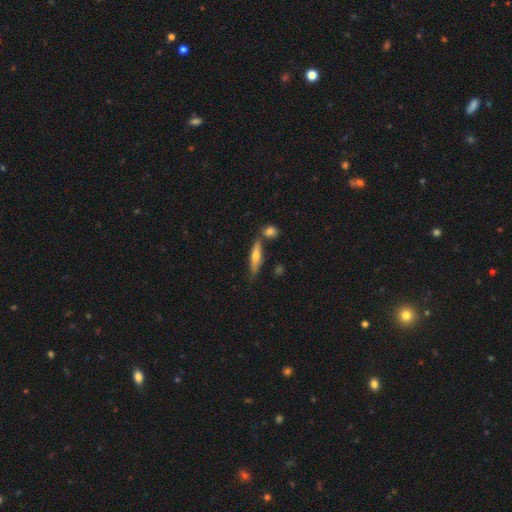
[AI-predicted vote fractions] Smooth or featured?
  - smooth: 52% *
  - featured or disk: 41%
  - star or artifact: 6%
How rounded?
  - cigar-shaped: 77% *
  - in between: 21%
  - round: 2%
Merging?
  - none: 69% *
  - minor disturbance: 15%
  - merger: 12%
  - major disturbance: 4%